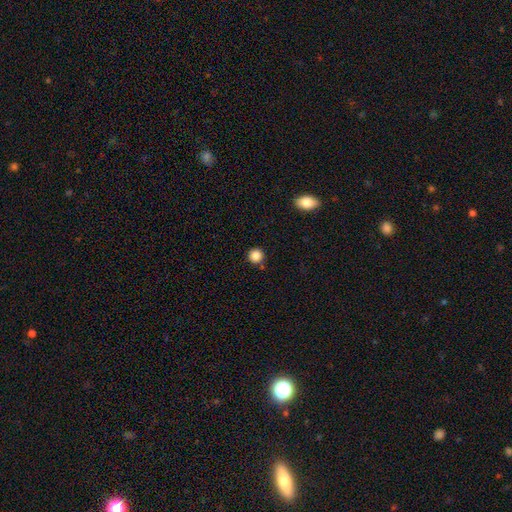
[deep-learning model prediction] The model was most divided on "smooth or featured": smooth: 86%, star or artifact: 10%, featured or disk: 3%. More confident: how rounded — round (95%); merging — none (86%).